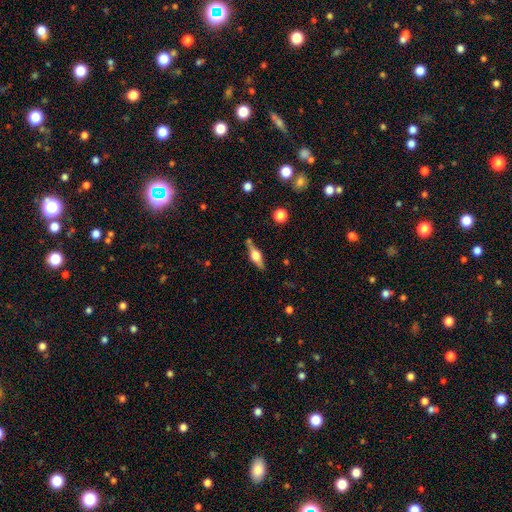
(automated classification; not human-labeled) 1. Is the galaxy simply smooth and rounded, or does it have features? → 62% featured or disk, 31% smooth, 7% star or artifact.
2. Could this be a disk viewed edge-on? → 94% yes, 6% no.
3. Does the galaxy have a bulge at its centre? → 90% rounded, 9% boxy, 2% none.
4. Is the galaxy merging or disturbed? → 79% none, 13% minor disturbance, 4% merger, 3% major disturbance.